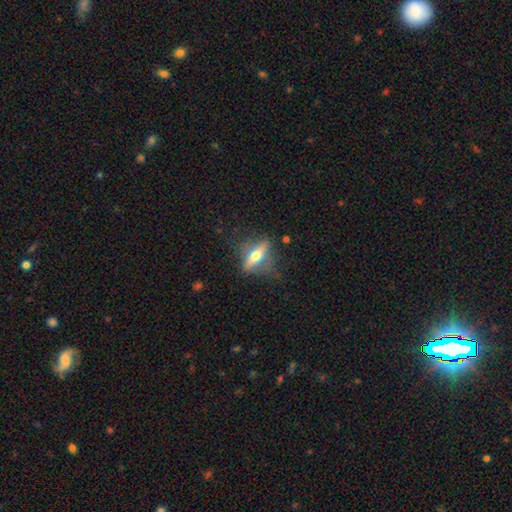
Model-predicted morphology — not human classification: The model was most divided on "smooth or featured": featured or disk: 58%, smooth: 35%, star or artifact: 7%. More confident: edge-on disk — yes (82%); merging — none (72%).